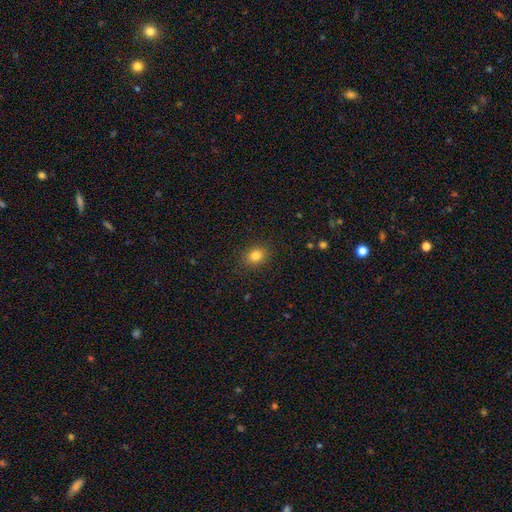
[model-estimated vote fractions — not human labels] smooth_or_featured: smooth (p=0.83) [alt: star or artifact p=0.11]
how_rounded: in between (p=0.55) [alt: round p=0.44]
merging: none (p=0.88) [alt: minor disturbance p=0.09]